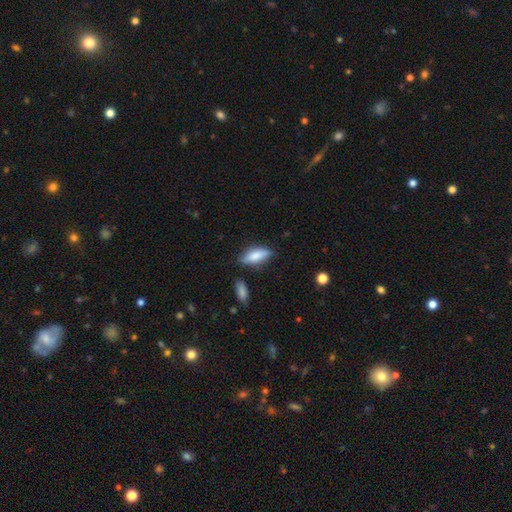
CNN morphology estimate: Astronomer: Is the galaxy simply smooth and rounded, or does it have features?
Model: smooth — 73%.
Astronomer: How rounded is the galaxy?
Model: in between — 63%.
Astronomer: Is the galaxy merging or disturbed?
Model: none — 74%.